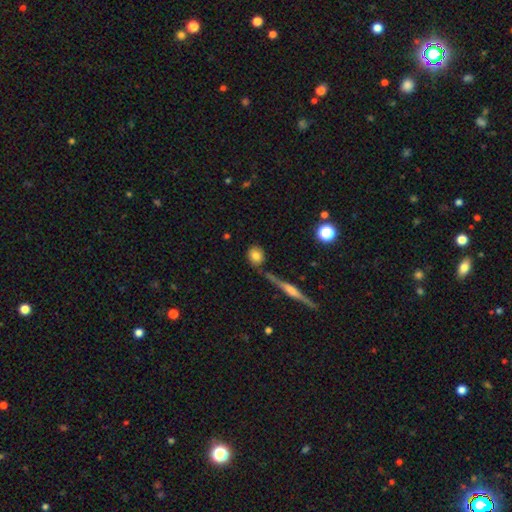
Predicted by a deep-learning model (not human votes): A smooth galaxy with no disk features (80%) that is round (69%).

Vote fractions:
- Smooth or featured? smooth: 80% / featured or disk: 12% / star or artifact: 9%
- How rounded? round: 69% / in between: 27% / cigar-shaped: 4%
- Merging? none: 74% / minor disturbance: 11% / merger: 11% / major disturbance: 4%